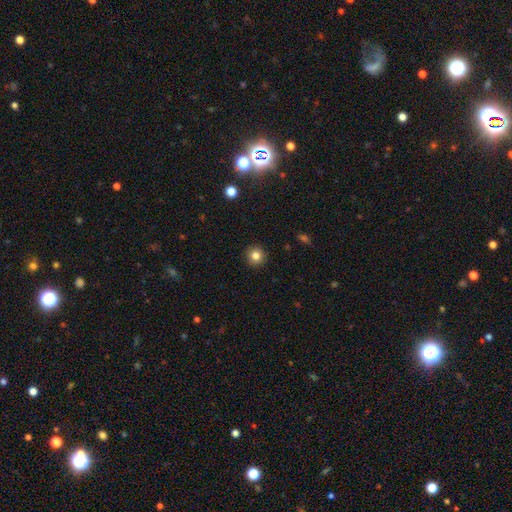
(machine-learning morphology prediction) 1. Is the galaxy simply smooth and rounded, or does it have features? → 82% smooth, 11% star or artifact, 7% featured or disk.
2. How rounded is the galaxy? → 94% round, 5% in between, 1% cigar-shaped.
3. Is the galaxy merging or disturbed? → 92% none, 5% minor disturbance, 2% major disturbance, 1% merger.